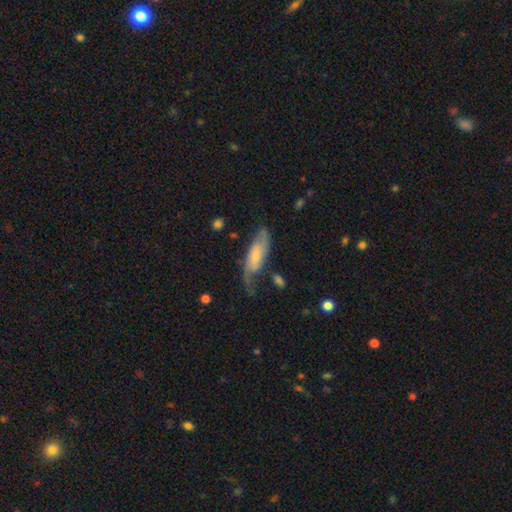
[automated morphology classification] Q: Smooth or featured?
A: featured or disk (58%); runner-up: smooth (36%)
Q: Edge-on disk?
A: no (84%); runner-up: yes (16%)
Q: Merging?
A: none (49%); runner-up: minor disturbance (27%)